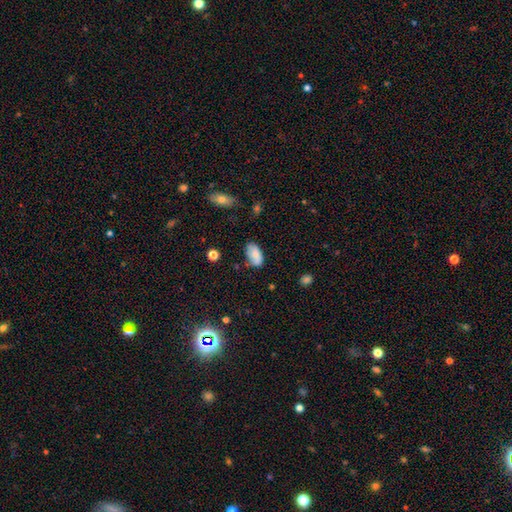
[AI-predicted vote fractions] Smooth or featured: smooth — 77% (featured or disk — 15%)
How rounded: in between — 94% (round — 4%)
Merging: none — 61% (minor disturbance — 29%)